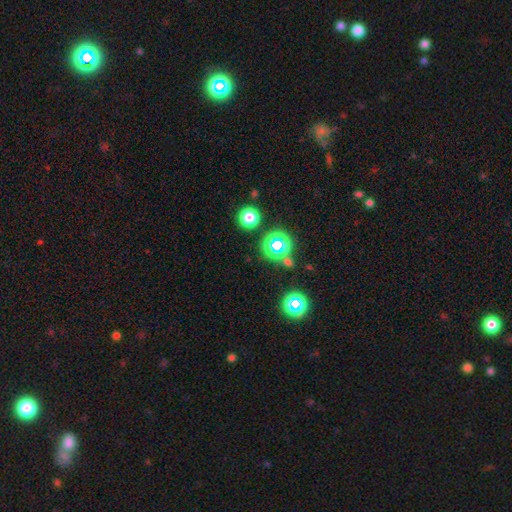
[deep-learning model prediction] Smooth or featured? star or artifact (52%)